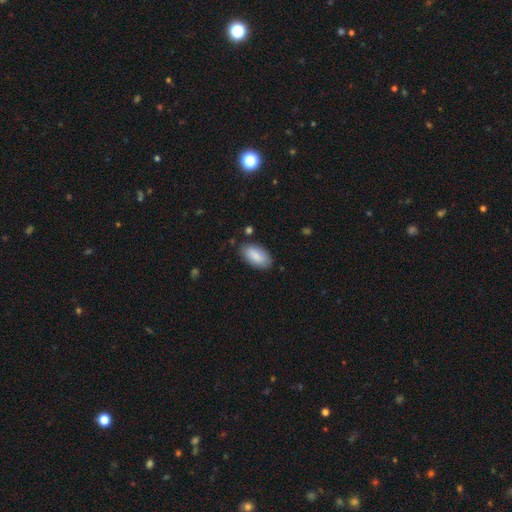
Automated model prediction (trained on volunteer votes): Overall: smooth (87%). How rounded: in between (93%). Merging: none (82%).